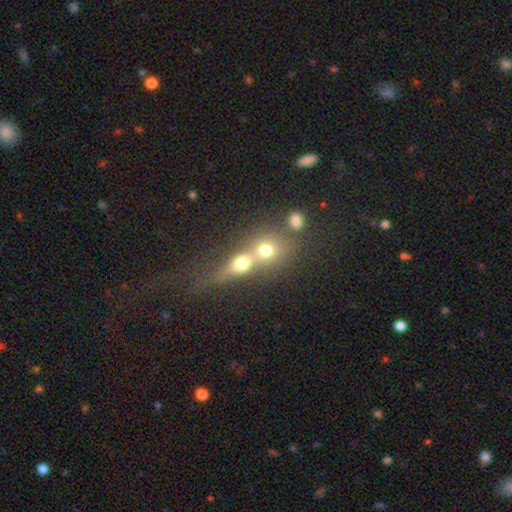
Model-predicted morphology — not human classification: Smooth or featured? Predicted: smooth (p=0.45). Merging? Predicted: merger (p=0.66).